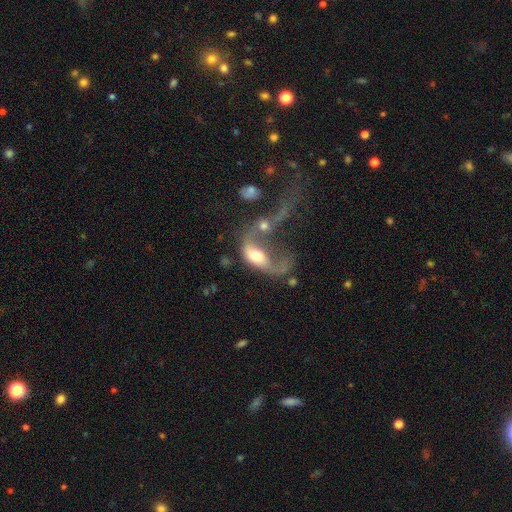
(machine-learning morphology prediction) featured or disk 48%, smooth 43%, star or artifact 9%. Down the decision tree: merging — merger (63%).